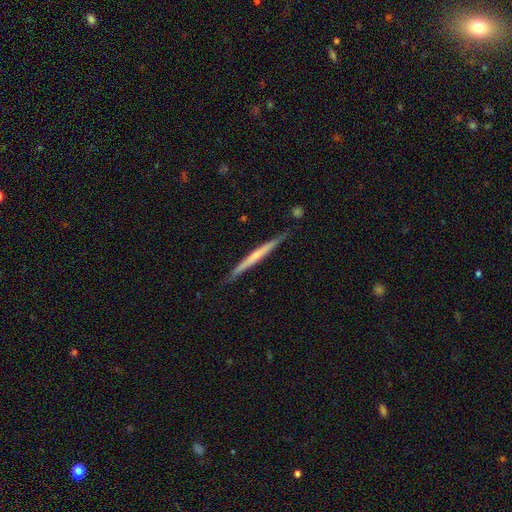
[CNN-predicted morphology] featured or disk 57%, smooth 37%, star or artifact 6%. Down the decision tree: edge-on disk — yes (97%); edge-on bulge — none (67%); merging — none (86%).